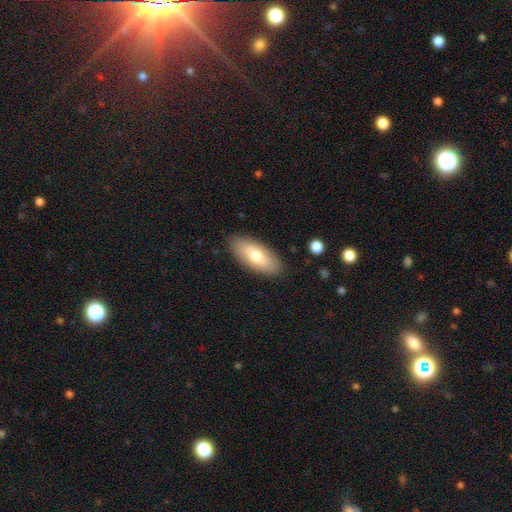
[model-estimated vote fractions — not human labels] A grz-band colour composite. It shows a smooth galaxy with no disk features (71%) that is in between round and cigar-shaped (87%). Merging: none (87%).